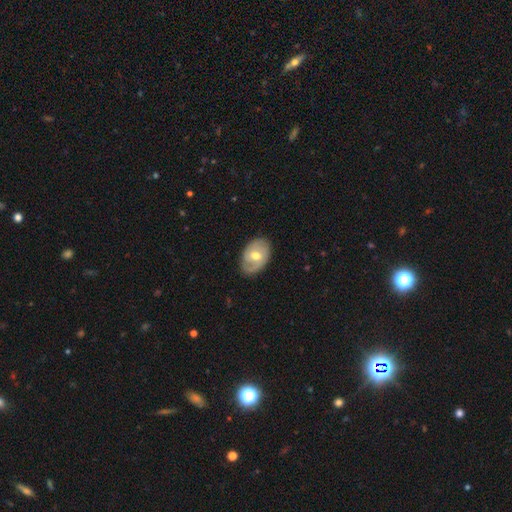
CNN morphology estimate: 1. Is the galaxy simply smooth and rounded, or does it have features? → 57% featured or disk, 38% smooth, 6% star or artifact.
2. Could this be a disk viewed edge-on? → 94% no, 6% yes.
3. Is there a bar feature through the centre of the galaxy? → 59% no, 34% weak, 7% strong.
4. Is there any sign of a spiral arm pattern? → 64% yes, 36% no.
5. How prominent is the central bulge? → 75% moderate, 17% small, 6% large, 1% none, 1% dominant.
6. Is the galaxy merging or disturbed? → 76% none, 18% minor disturbance, 5% major disturbance, 1% merger.